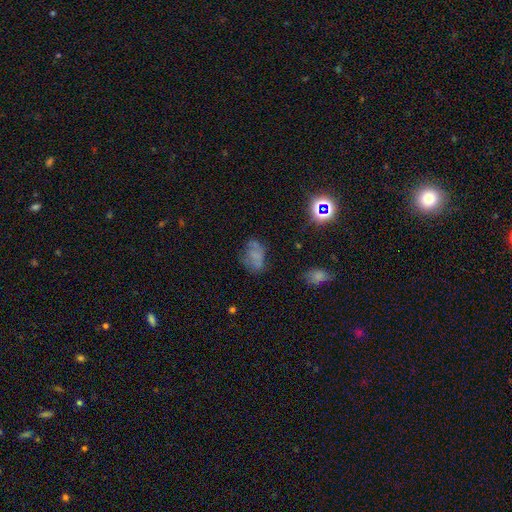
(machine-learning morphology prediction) Smooth or featured?
  - smooth: 54% *
  - featured or disk: 27%
  - star or artifact: 19%
How rounded?
  - in between: 80% *
  - round: 19%
  - cigar-shaped: 2%
Merging?
  - none: 50% *
  - minor disturbance: 26%
  - major disturbance: 18%
  - merger: 6%